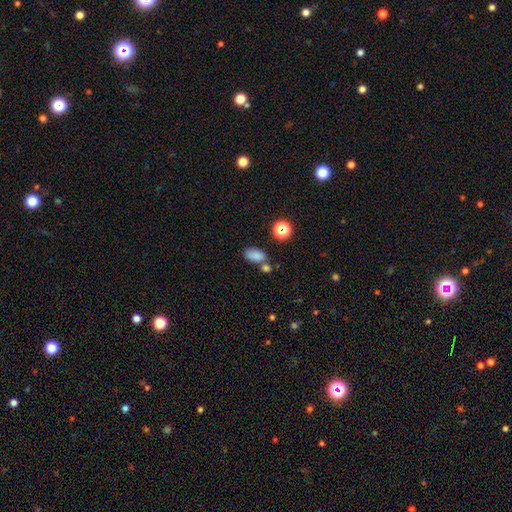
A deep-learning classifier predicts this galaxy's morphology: Overall: smooth (80%). How rounded: in between (88%). Merging: none (60%; merger 21%).